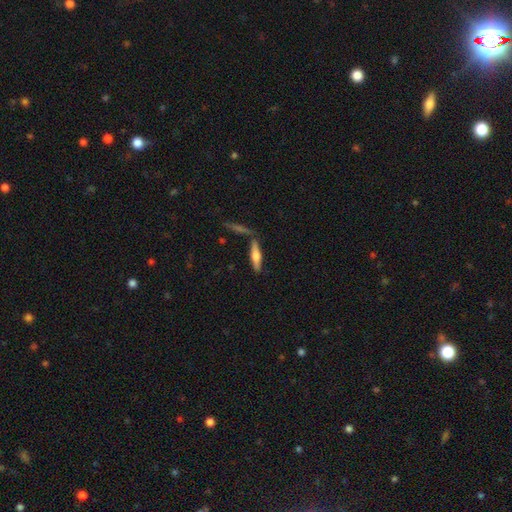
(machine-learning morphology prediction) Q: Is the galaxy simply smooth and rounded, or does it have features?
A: smooth — 53%.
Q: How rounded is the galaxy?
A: cigar-shaped — 74%.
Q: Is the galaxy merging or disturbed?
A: none — 75%.